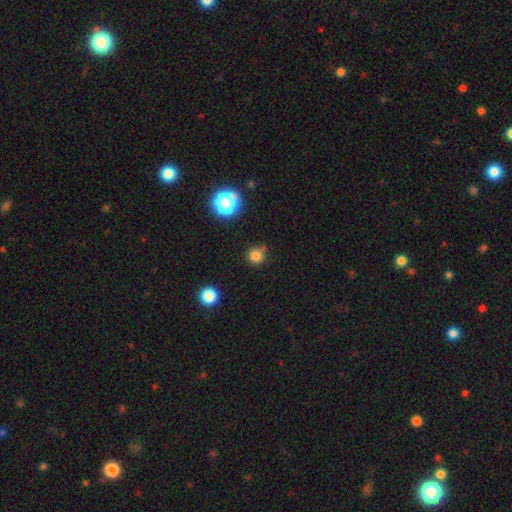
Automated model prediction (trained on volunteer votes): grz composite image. It shows a smooth galaxy with no disk features (80%) that is round (91%). Merging: none (74%).